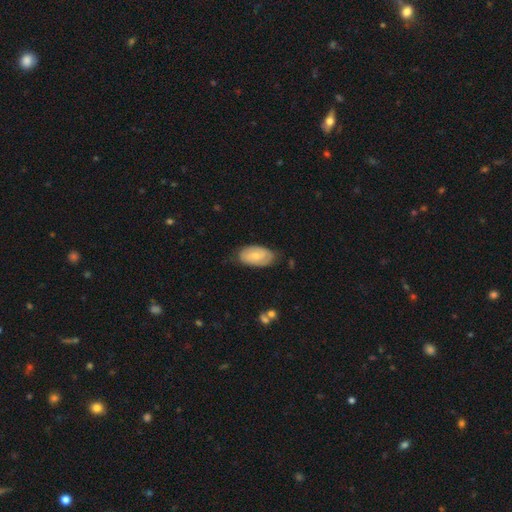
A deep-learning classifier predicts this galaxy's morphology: type=smooth (55%); roundness=in between (94%); merging=none (72%).